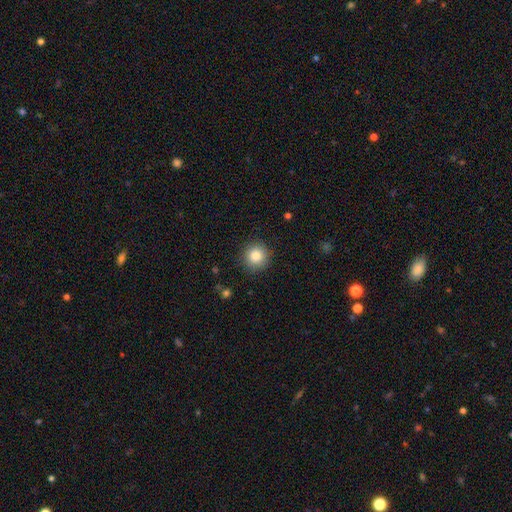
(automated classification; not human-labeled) A smooth galaxy with no disk features (85%) that is round (93%). Merging: none (89%).